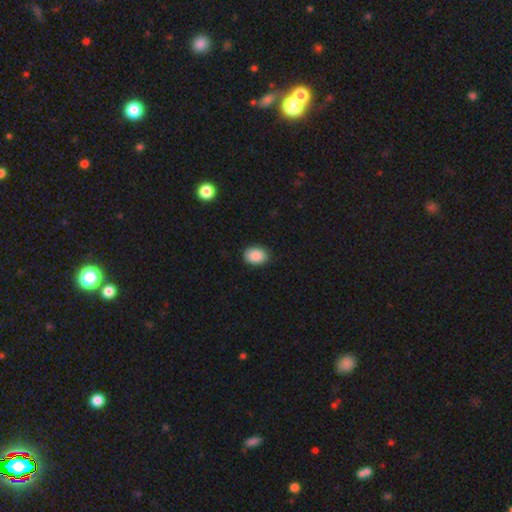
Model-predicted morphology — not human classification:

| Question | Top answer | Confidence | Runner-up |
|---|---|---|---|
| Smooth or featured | smooth | 89% | star or artifact (7%) |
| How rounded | in between | 75% | round (24%) |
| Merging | none | 88% | minor disturbance (9%) |